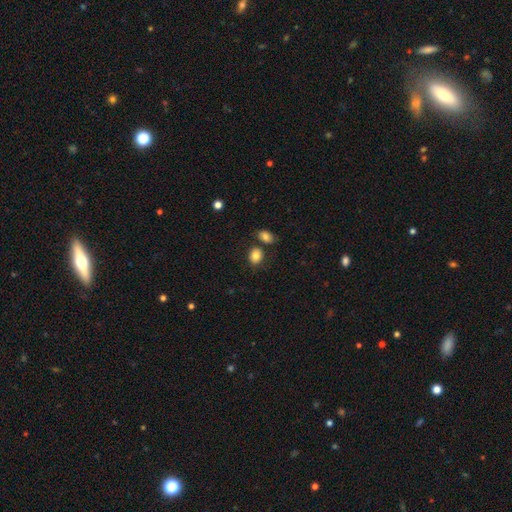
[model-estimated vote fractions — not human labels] A smooth galaxy with no disk features (83%) that is in between round and cigar-shaped (50%).

Vote fractions:
- Smooth or featured? smooth: 83% / star or artifact: 9% / featured or disk: 8%
- How rounded? in between: 50% / round: 49% / cigar-shaped: 1%
- Merging? none: 70% / merger: 14% / minor disturbance: 12% / major disturbance: 3%